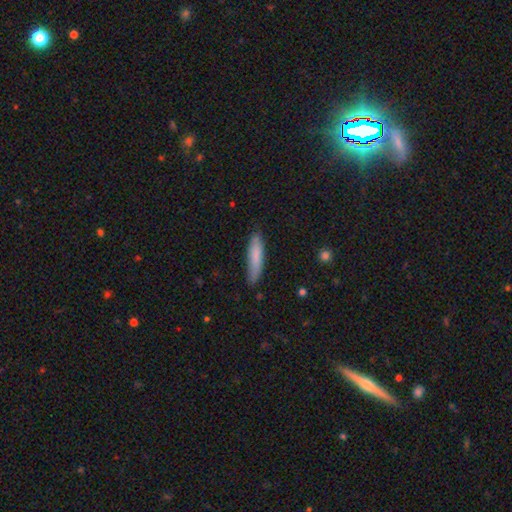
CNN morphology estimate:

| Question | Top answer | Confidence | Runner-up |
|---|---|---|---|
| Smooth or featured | smooth | 81% | featured or disk (13%) |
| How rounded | cigar-shaped | 82% | in between (17%) |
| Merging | none | 80% | minor disturbance (16%) |